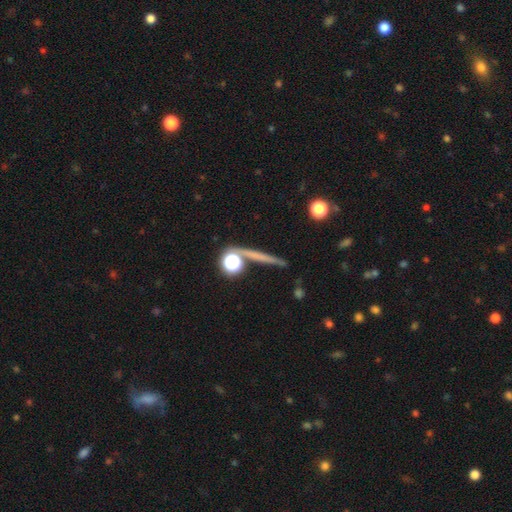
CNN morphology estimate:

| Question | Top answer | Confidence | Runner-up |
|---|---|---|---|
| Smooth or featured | smooth | 44% | featured or disk (34%) |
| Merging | none | 78% | minor disturbance (9%) |